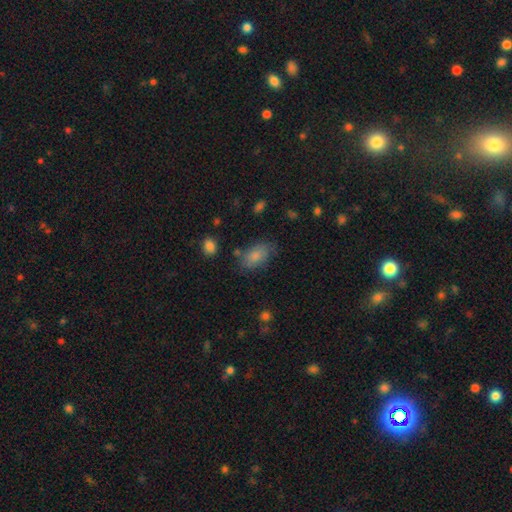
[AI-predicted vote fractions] This appears to be a smooth galaxy with no disk features (81%) that is in between round and cigar-shaped (91%). Merging: none (67%).